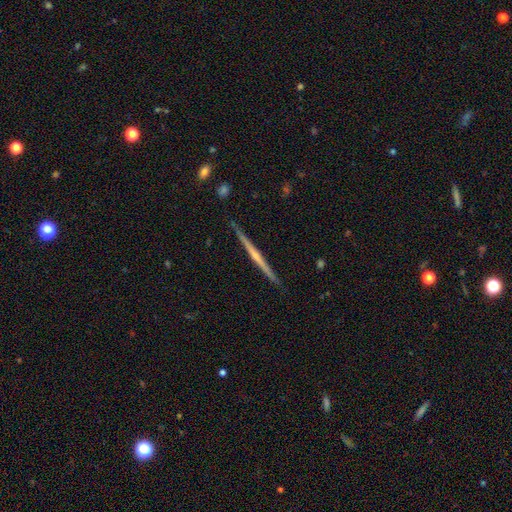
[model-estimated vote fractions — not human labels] A featured or disk galaxy (75%) viewed edge-on (98%) with a rounded central bulge (47%). Merging: none (91%).